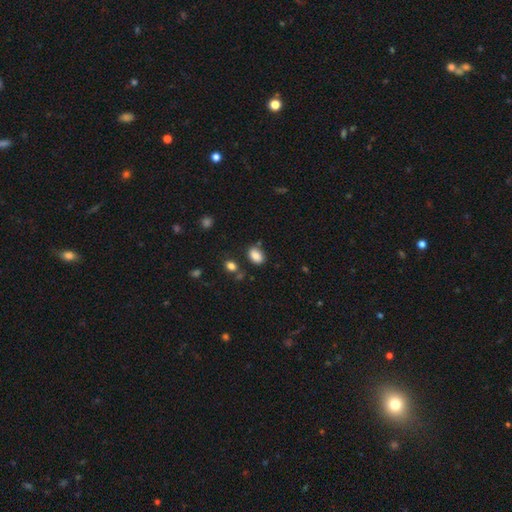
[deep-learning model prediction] Smooth or featured: smooth — 85% (star or artifact — 9%)
How rounded: in between — 83% (round — 15%)
Merging: none — 79% (minor disturbance — 11%)